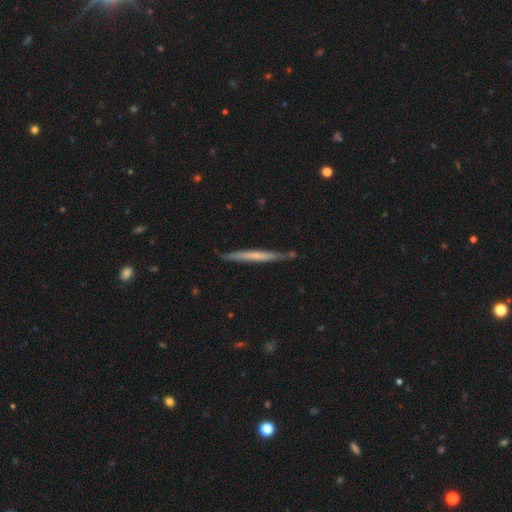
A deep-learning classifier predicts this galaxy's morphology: Smooth or featured? featured or disk (52%)
Edge-on disk? yes (95%)
Merging? none (81%)